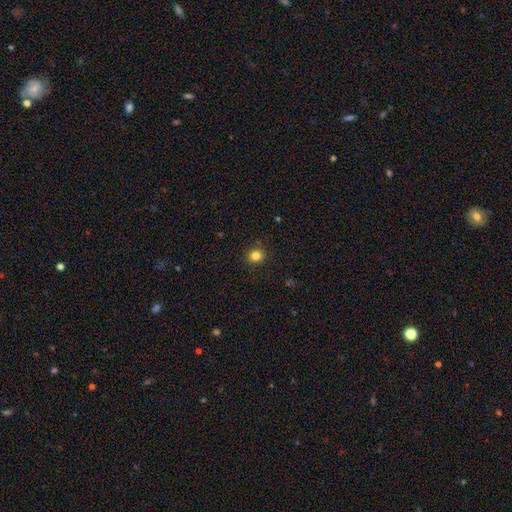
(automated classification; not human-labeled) smooth-or-featured: smooth: 82% | star or artifact: 13% | featured or disk: 5%
  how-rounded: round: 88% | in between: 11% | cigar-shaped: 1%
  merging: none: 90% | minor disturbance: 7% | major disturbance: 2% | merger: 1%